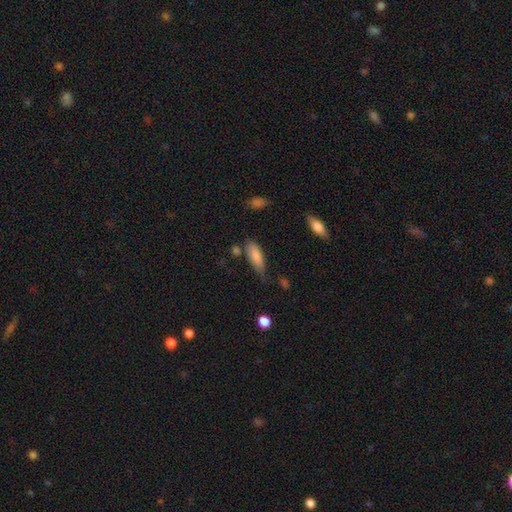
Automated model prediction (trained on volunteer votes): Overall: smooth (83%). How rounded: in between (73%). Merging: none (51%; minor disturbance 34%).